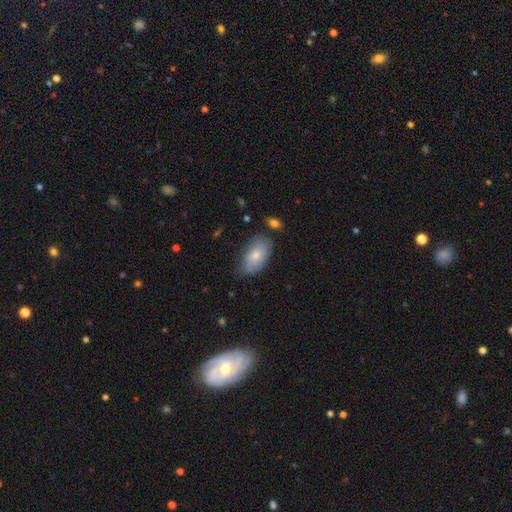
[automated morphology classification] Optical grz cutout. It shows a smooth galaxy with no disk features (74%) that is in between round and cigar-shaped (93%). Merging: none (65%).